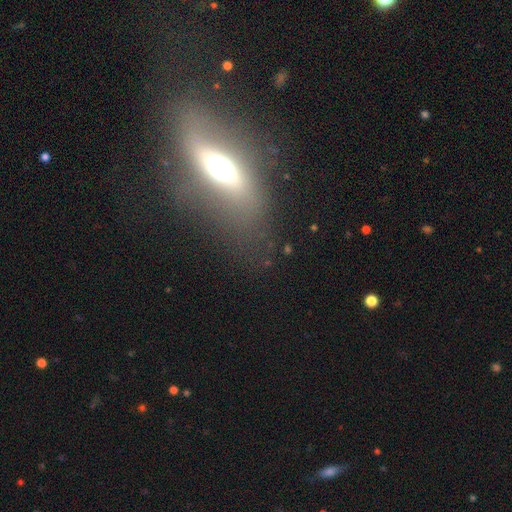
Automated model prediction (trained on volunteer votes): The model was most divided on "smooth or featured": featured or disk: 49%, smooth: 33%, star or artifact: 18%. More confident: merging — none (57%).